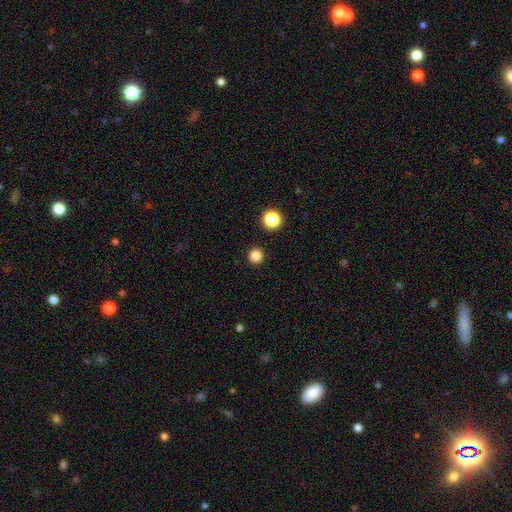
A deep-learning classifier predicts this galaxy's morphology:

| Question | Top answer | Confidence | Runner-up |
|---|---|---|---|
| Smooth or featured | smooth | 83% | star or artifact (13%) |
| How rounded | round | 96% | in between (3%) |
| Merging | none | 93% | minor disturbance (4%) |